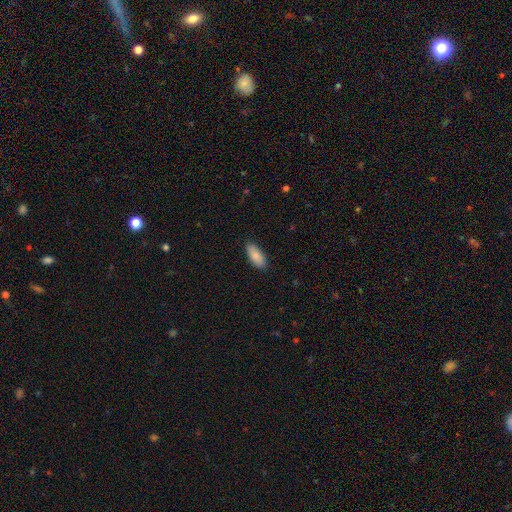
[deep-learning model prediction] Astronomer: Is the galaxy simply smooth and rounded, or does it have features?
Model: smooth — 86%.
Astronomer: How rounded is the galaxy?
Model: in between — 85%.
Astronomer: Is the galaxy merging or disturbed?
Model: none — 86%.